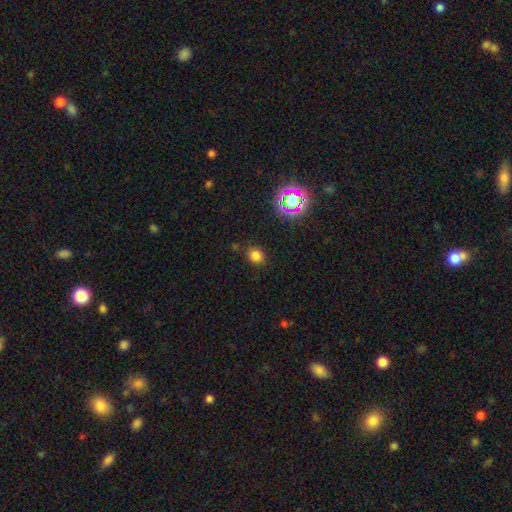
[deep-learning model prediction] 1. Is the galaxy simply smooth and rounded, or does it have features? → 77% smooth, 18% star or artifact, 5% featured or disk.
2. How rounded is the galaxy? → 70% round, 29% in between, 1% cigar-shaped.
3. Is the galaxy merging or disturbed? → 85% none, 10% minor disturbance, 3% major disturbance, 2% merger.